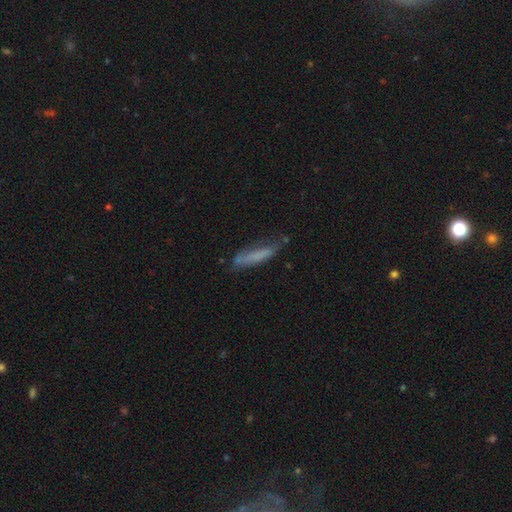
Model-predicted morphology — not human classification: Smooth or featured: smooth — 64% (featured or disk — 27%)
How rounded: cigar-shaped — 84% (in between — 14%)
Merging: none — 58% (minor disturbance — 27%)